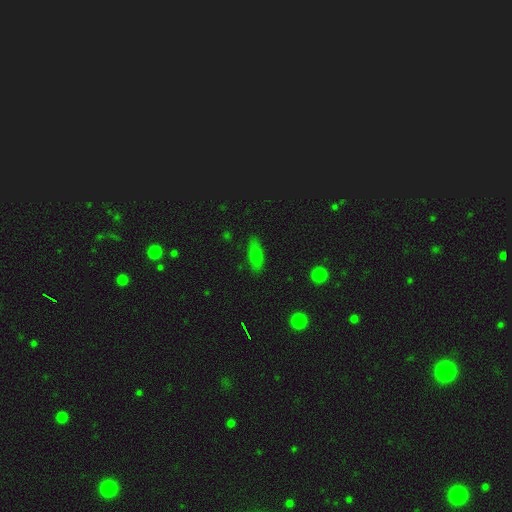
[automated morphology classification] Smooth or featured? smooth (68%)
How rounded? in between (71%)
Merging? none (84%)